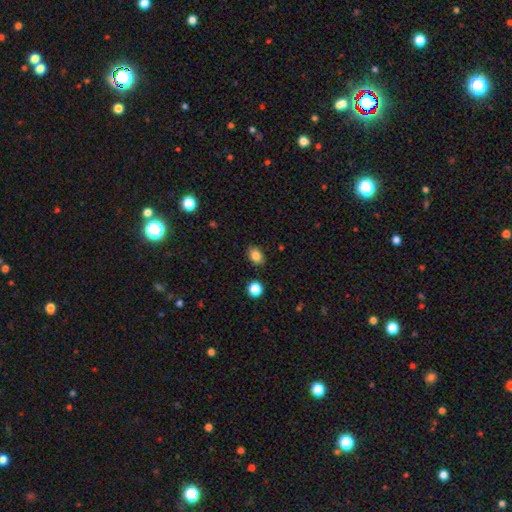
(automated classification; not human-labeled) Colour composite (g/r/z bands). It shows a smooth galaxy with no disk features (84%) that is in between round and cigar-shaped (79%). Merging: none (87%).